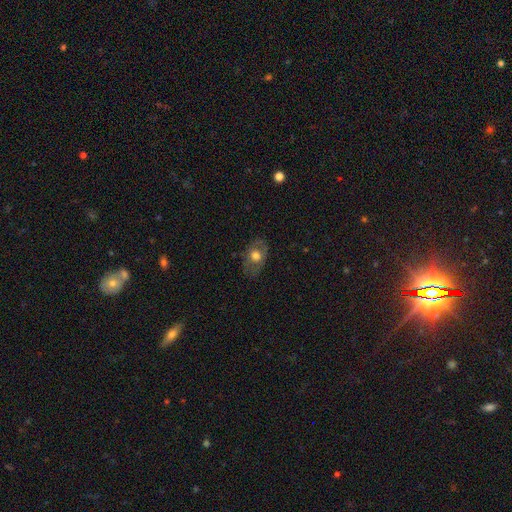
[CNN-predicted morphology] A smooth galaxy with no disk features (52%) that is in between round and cigar-shaped (75%).

Vote fractions:
- Smooth or featured? smooth: 52% / featured or disk: 40% / star or artifact: 8%
- How rounded? in between: 75% / round: 24% / cigar-shaped: 1%
- Merging? none: 72% / minor disturbance: 19% / major disturbance: 7% / merger: 1%